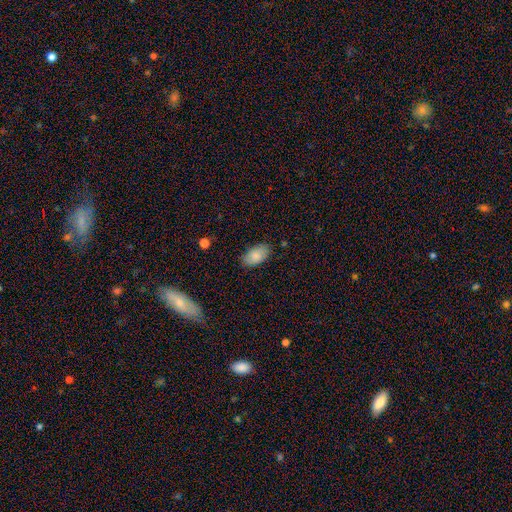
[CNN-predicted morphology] type=smooth (86%); roundness=in between (94%); merging=none (82%).